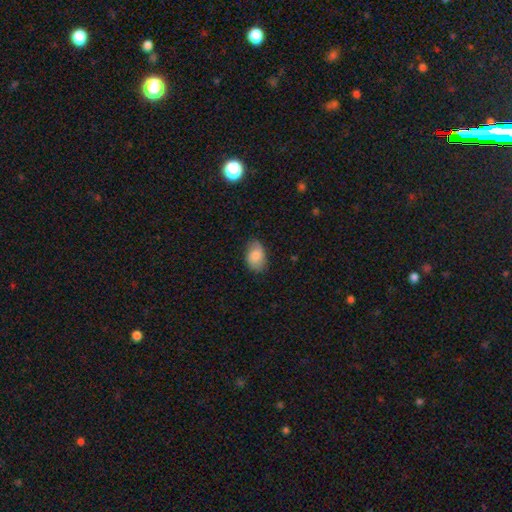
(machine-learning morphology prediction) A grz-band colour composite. It shows a smooth galaxy with no disk features (82%) that is in between round and cigar-shaped (87%). Merging: none (74%).